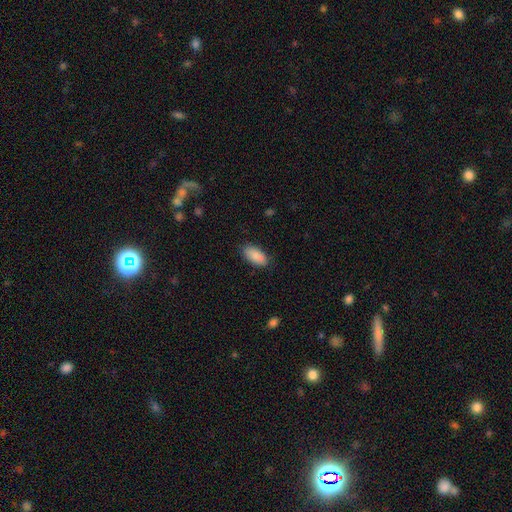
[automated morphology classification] This is clearly a smooth galaxy (90%). How rounded: clearly in between (91%). Merging: clearly none (86%).